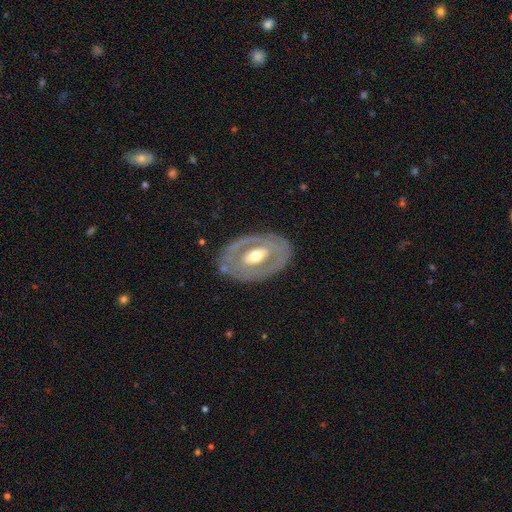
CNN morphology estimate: This appears to be a featured or disk galaxy (67%) with no bar (49%), no spiral arms (73%) and a moderate central bulge (68%). Merging: none (78%).